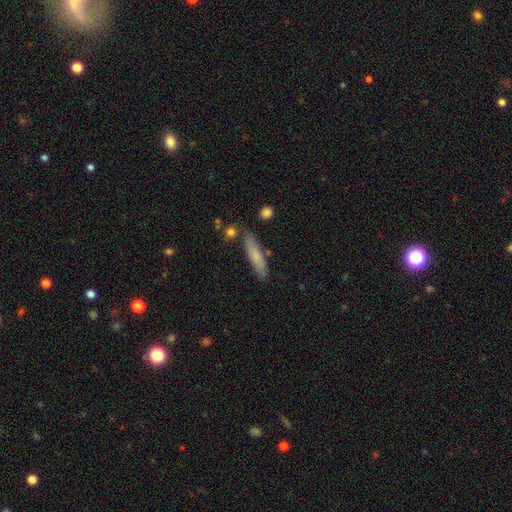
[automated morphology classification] This appears to be a smooth galaxy with no disk features (72%) that is cigar-shaped (85%). Merging: none (82%).